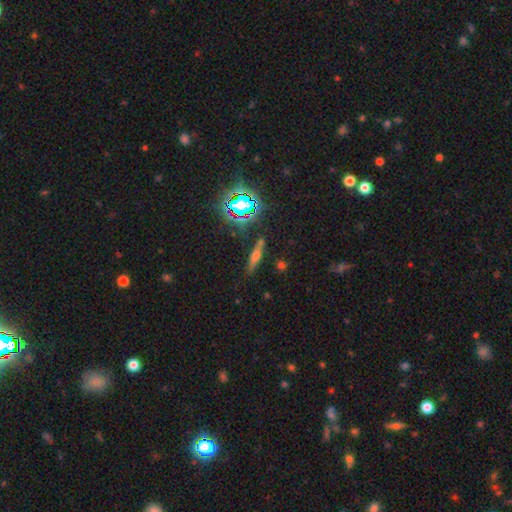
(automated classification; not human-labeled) A smooth galaxy with no disk features (41%). Merging: none (80%).